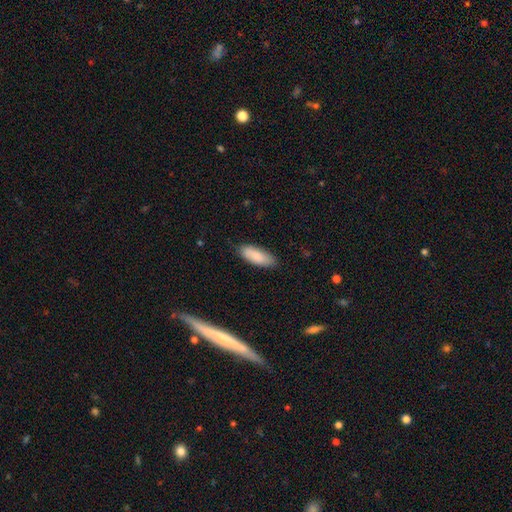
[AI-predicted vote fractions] A smooth galaxy with no disk features (84%) that is in between round and cigar-shaped (73%). Merging: none (81%).